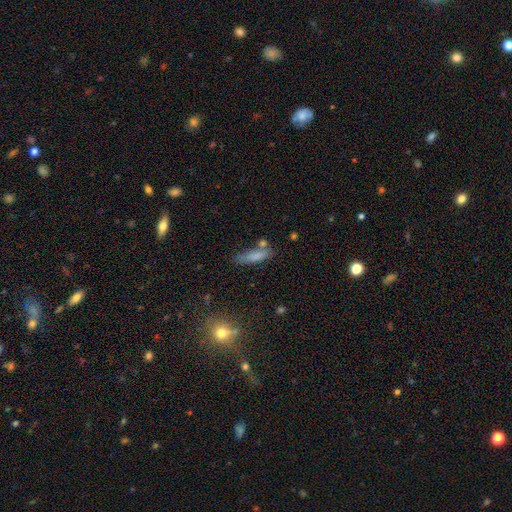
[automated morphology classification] smooth 78%, featured or disk 13%, star or artifact 9%. Down the decision tree: how rounded — cigar-shaped (60%); merging — none (61%).